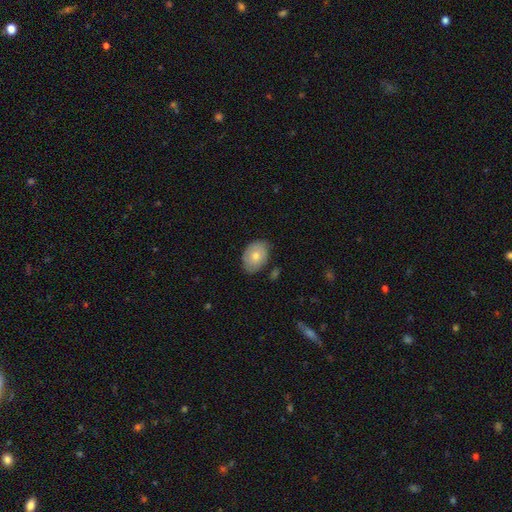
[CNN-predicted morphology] Smooth or featured?
  - smooth: 67% *
  - featured or disk: 25%
  - star or artifact: 8%
How rounded?
  - in between: 81% *
  - round: 18%
  - cigar-shaped: 1%
Merging?
  - none: 79% *
  - minor disturbance: 16%
  - major disturbance: 3%
  - merger: 2%